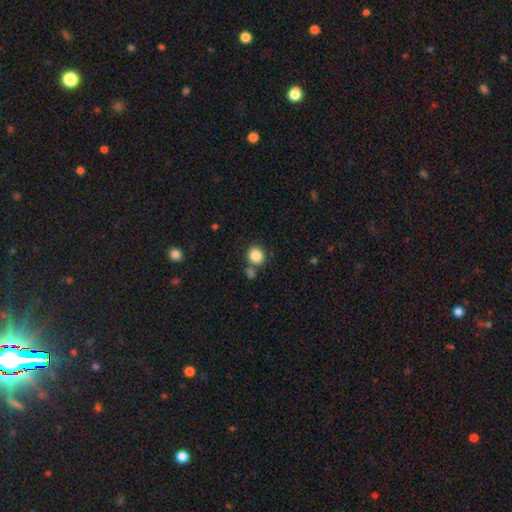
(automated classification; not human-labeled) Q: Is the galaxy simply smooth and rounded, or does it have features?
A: smooth — 86%.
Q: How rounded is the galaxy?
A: round — 83%.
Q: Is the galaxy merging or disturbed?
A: none — 72%.